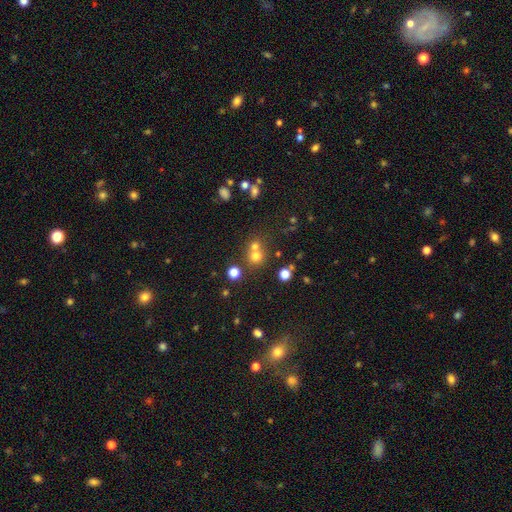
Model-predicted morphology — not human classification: Smooth or featured: smooth — 68% (star or artifact — 20%)
How rounded: round — 87% (in between — 12%)
Merging: none — 47% (merger — 44%)